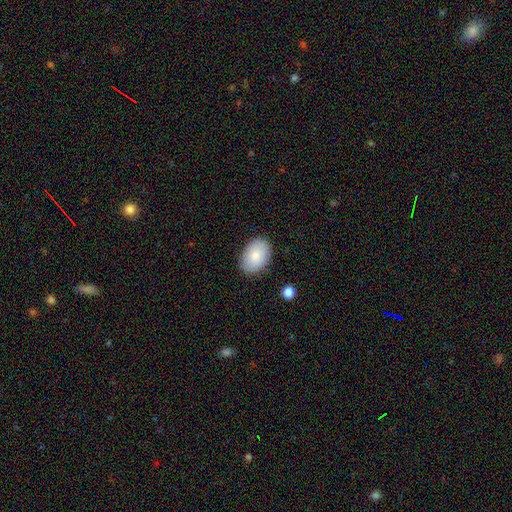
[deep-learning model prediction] smooth 83%, featured or disk 10%, star or artifact 6%. Down the decision tree: how rounded — in between (85%); merging — none (85%).